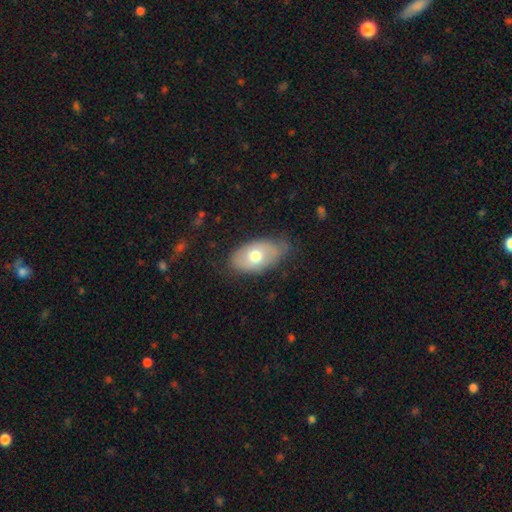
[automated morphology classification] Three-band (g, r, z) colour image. It shows a smooth galaxy with no disk features (58%) that is in between round and cigar-shaped (92%). Merging: none (74%).